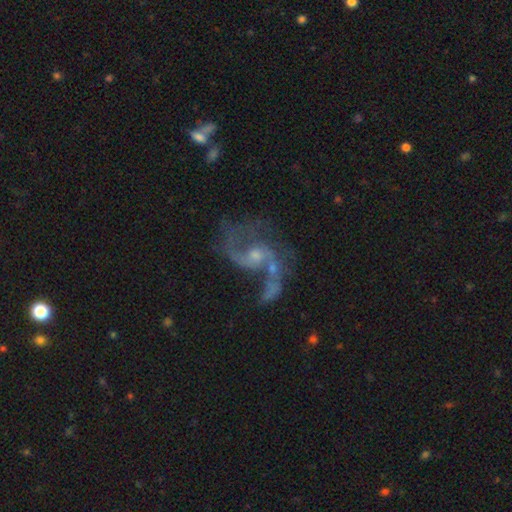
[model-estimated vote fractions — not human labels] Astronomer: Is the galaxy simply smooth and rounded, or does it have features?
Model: featured or disk — 84%.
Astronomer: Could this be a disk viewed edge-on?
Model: no — 98%.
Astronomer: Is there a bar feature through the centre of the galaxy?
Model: weak — 45% (runner-up: no, 41%).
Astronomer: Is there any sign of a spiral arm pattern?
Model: yes — 93%.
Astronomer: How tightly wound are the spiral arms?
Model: loose — 61%.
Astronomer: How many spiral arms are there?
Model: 2 — 83%.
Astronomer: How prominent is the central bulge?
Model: small — 59%.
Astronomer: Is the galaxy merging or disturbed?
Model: none — 40% (runner-up: merger, 26%).